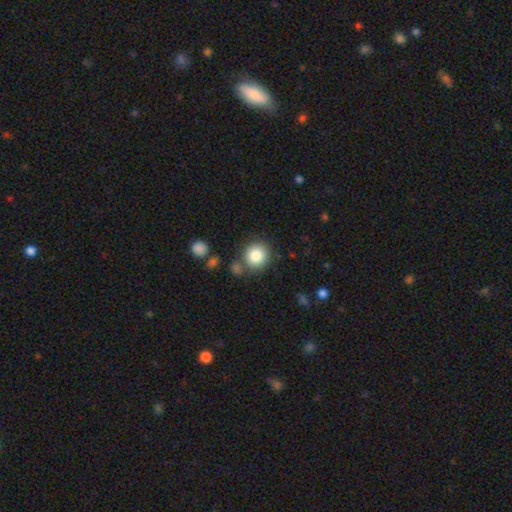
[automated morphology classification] smooth 84%, star or artifact 9%, featured or disk 7%. Down the decision tree: how rounded — round (88%); merging — none (76%).